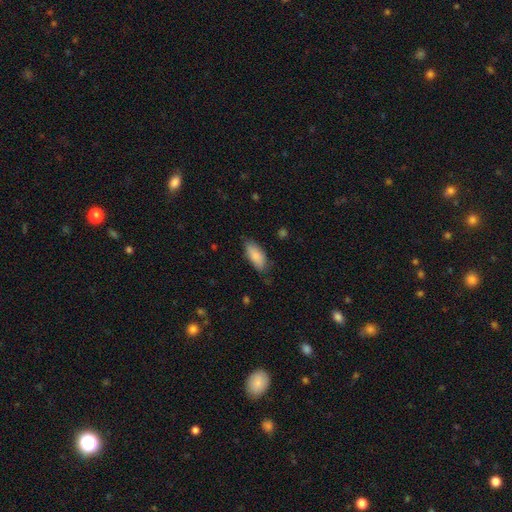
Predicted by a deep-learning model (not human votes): Smooth or featured? Predicted: smooth (p=0.85). How rounded? Predicted: in between (p=0.83). Merging? Predicted: none (p=0.72).